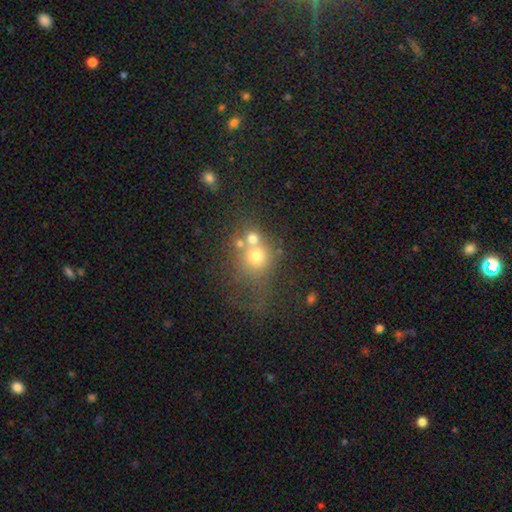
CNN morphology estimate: smooth-or-featured: smooth: 61% | featured or disk: 22% | star or artifact: 17%
  how-rounded: round: 77% | in between: 21% | cigar-shaped: 1%
  merging: merger: 45% | none: 34% | major disturbance: 11% | minor disturbance: 10%